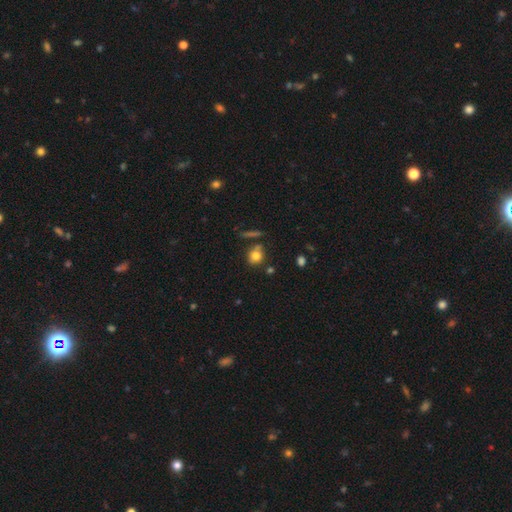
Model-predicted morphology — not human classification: Smooth or featured?
  - smooth: 79% *
  - star or artifact: 11%
  - featured or disk: 10%
How rounded?
  - round: 69% *
  - in between: 29%
  - cigar-shaped: 3%
Merging?
  - none: 68% *
  - minor disturbance: 16%
  - merger: 11%
  - major disturbance: 5%